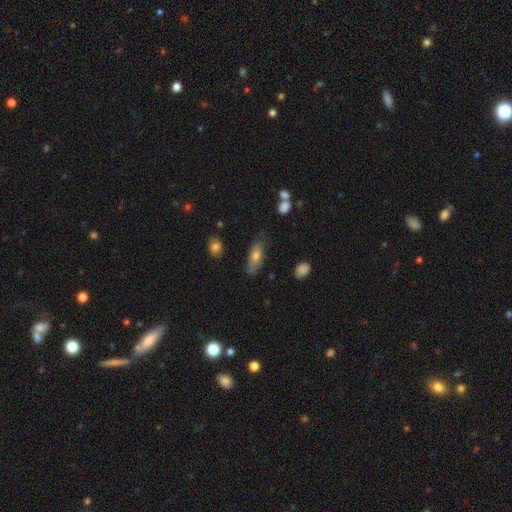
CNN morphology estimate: smooth 65%, featured or disk 28%, star or artifact 7%. Down the decision tree: how rounded — in between (72%); merging — none (66%).